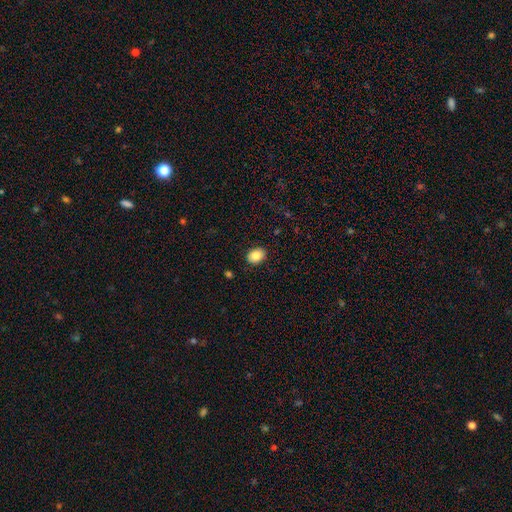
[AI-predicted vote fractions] smooth 85%, star or artifact 8%, featured or disk 7%. Down the decision tree: how rounded — in between (62%); merging — none (88%).